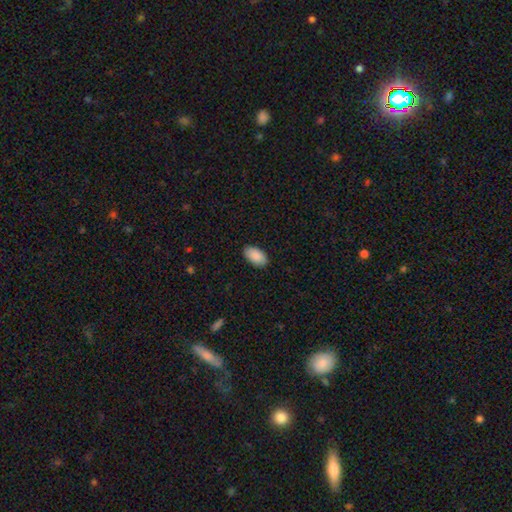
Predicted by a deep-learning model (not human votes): Smooth or featured? smooth (90%)
How rounded? in between (95%)
Merging? none (89%)